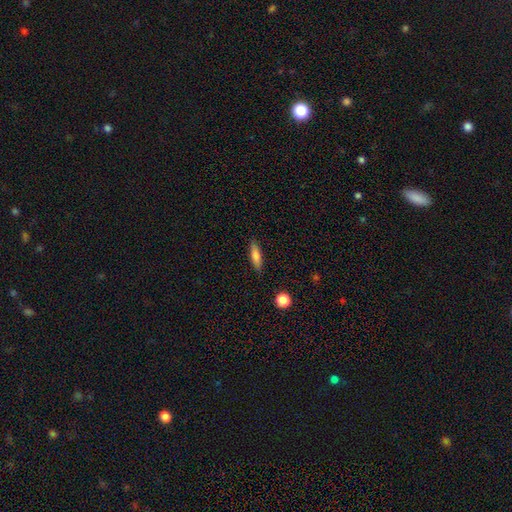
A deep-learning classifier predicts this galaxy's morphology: This appears to be a smooth galaxy with no disk features (74%) that is cigar-shaped (68%). Merging: none (87%).